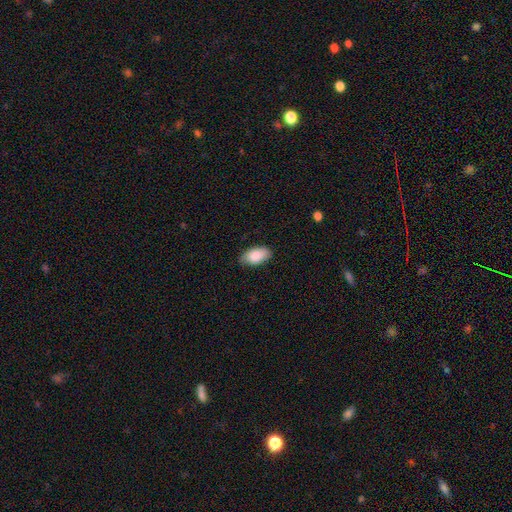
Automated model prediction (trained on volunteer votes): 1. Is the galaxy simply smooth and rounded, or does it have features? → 88% smooth, 6% featured or disk, 6% star or artifact.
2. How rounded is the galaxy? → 94% in between, 4% round, 2% cigar-shaped.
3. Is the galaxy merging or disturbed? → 78% none, 18% minor disturbance, 3% major disturbance, 1% merger.